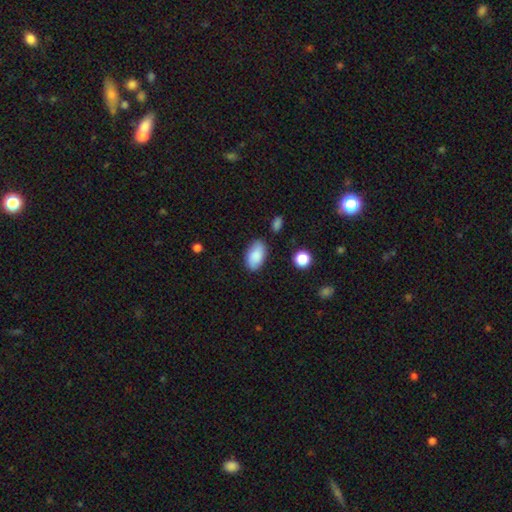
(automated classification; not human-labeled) Overall: smooth (83%). How rounded: in between (93%). Merging: none (80%).